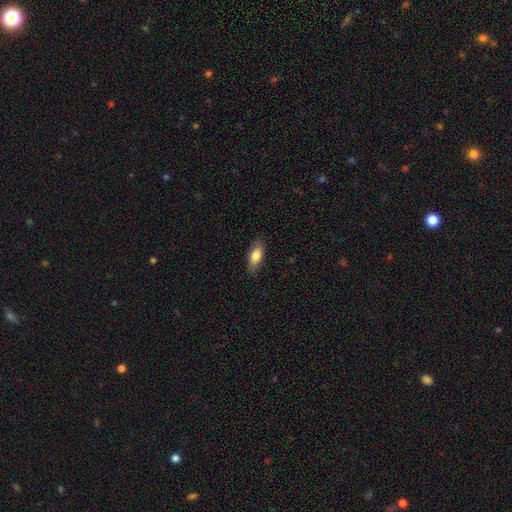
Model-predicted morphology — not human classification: Smooth or featured? Predicted: smooth (p=0.79). How rounded? Predicted: in between (p=0.79). Merging? Predicted: none (p=0.83).